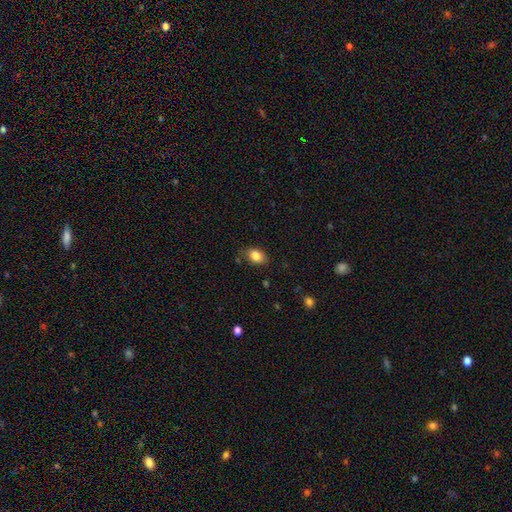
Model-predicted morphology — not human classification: Smooth or featured: smooth — 85% (star or artifact — 8%)
How rounded: in between — 79% (round — 20%)
Merging: none — 77% (minor disturbance — 17%)